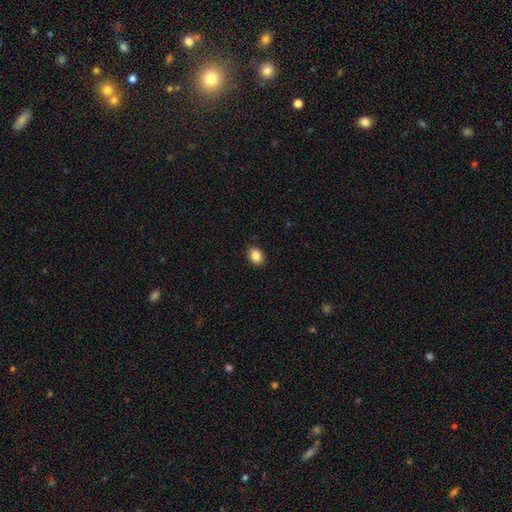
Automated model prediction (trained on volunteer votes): Smooth or featured?
  - smooth: 86% *
  - star or artifact: 9%
  - featured or disk: 5%
How rounded?
  - in between: 59% *
  - round: 40%
  - cigar-shaped: 1%
Merging?
  - none: 90% *
  - minor disturbance: 8%
  - major disturbance: 2%
  - merger: 1%